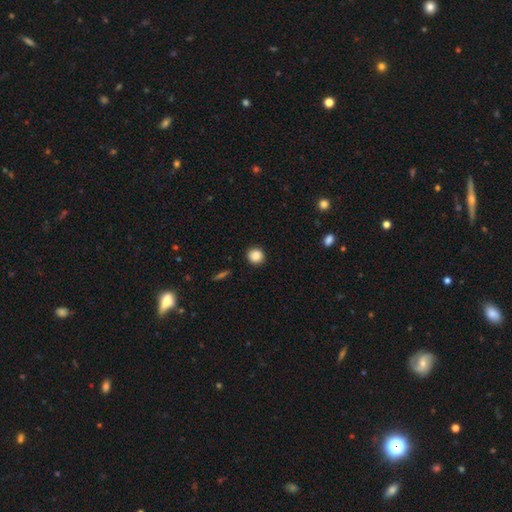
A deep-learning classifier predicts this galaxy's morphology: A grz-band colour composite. It shows a smooth galaxy with no disk features (87%) that is round (92%). Merging: none (91%).